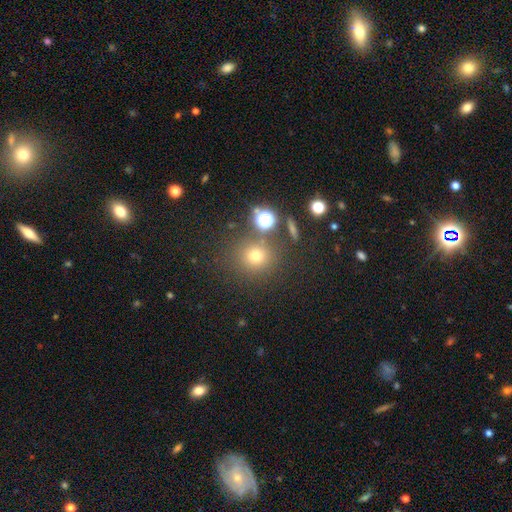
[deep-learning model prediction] Smooth or featured? Predicted: smooth (p=0.68). How rounded? Predicted: round (p=0.88). Merging? Predicted: none (p=0.78).